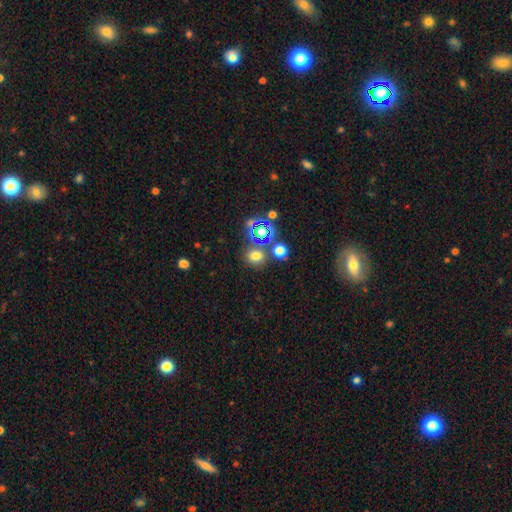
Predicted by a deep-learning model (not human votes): A smooth galaxy with no disk features (65%) that is round (64%). Merging: none (69%).